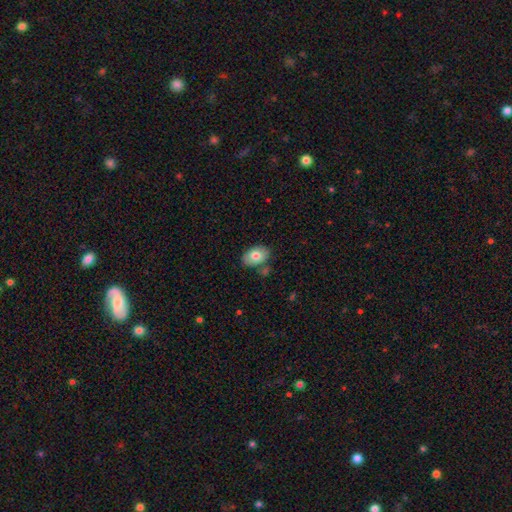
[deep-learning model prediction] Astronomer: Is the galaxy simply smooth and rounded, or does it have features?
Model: smooth — 75%.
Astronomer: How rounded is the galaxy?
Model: in between — 85%.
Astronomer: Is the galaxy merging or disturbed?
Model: none — 74%.